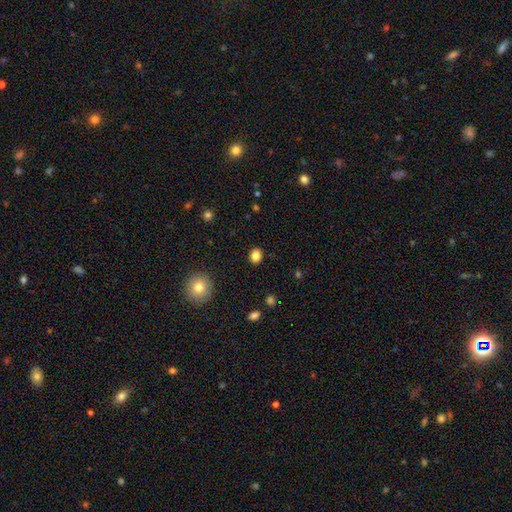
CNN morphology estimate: smooth_or_featured: smooth (p=0.84) [alt: star or artifact p=0.11]
how_rounded: in between (p=0.51) [alt: round p=0.48]
merging: none (p=0.89) [alt: minor disturbance p=0.08]